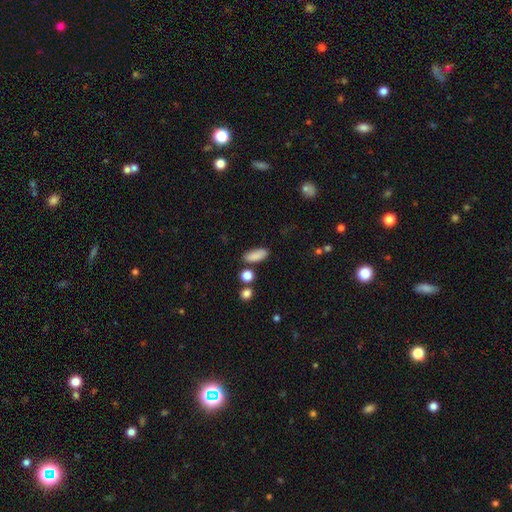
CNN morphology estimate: smooth 86%, star or artifact 9%, featured or disk 5%. Down the decision tree: how rounded — in between (77%); merging — none (79%).